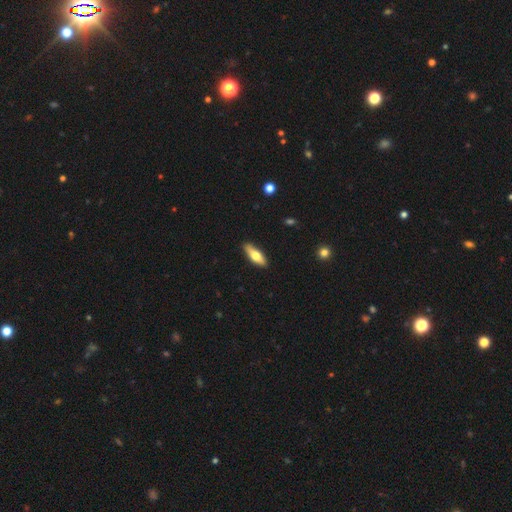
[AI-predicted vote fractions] A smooth galaxy with no disk features (61%) that is in between round and cigar-shaped (56%). Merging: none (88%).